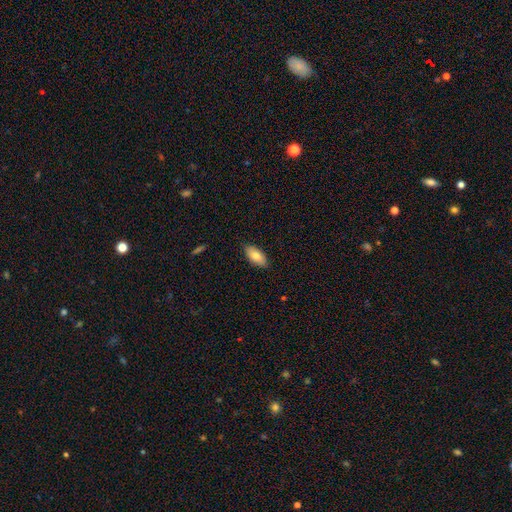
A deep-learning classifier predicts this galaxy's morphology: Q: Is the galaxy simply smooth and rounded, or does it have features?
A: smooth — 80%.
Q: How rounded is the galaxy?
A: in between — 90%.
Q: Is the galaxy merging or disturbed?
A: none — 86%.